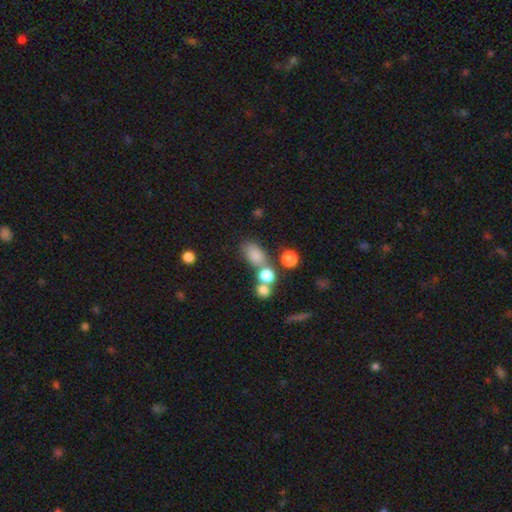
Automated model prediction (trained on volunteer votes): Q: Smooth or featured?
A: smooth (76%); runner-up: star or artifact (14%)
Q: How rounded?
A: in between (72%); runner-up: round (25%)
Q: Merging?
A: none (47%); runner-up: merger (30%)